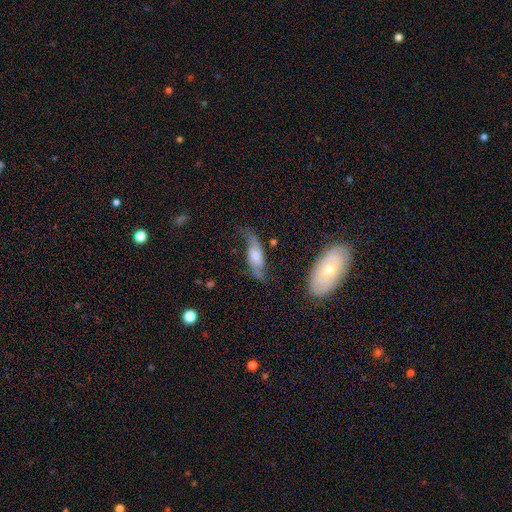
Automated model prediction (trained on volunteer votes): The model was most divided on "bulge size": moderate: 47%, small: 42%, large: 6%, none: 3%, dominant: 2%. More confident: spiral arms — yes (88%); edge-on disk — no (84%); smooth or featured — featured or disk (67%); bar — no (64%); merging — none (56%).